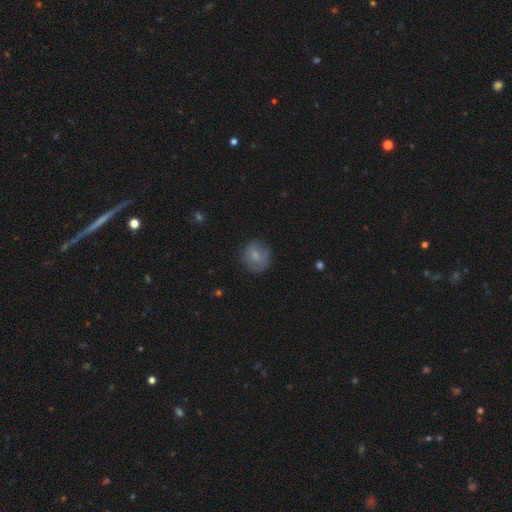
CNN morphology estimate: Smooth or featured?
  - smooth: 73% *
  - featured or disk: 18%
  - star or artifact: 8%
How rounded?
  - round: 85% *
  - in between: 14%
  - cigar-shaped: 1%
Merging?
  - none: 77% *
  - minor disturbance: 16%
  - major disturbance: 5%
  - merger: 1%